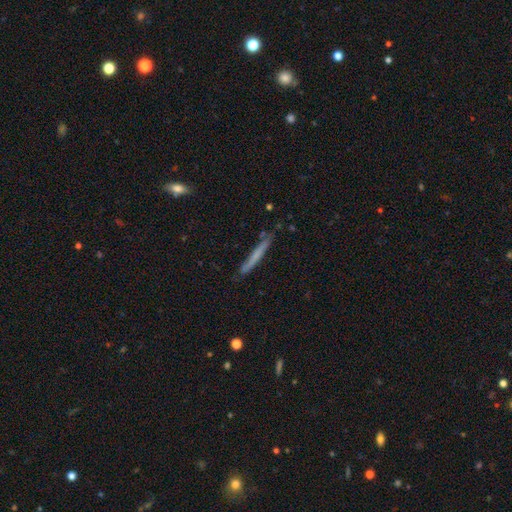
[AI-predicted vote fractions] This is possibly a smooth galaxy (58%). How rounded: clearly cigar-shaped (96%). Merging: clearly none (83%).